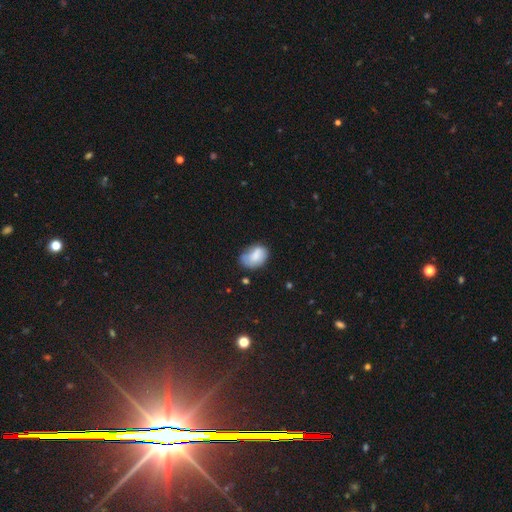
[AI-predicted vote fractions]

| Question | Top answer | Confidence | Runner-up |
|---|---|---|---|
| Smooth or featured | smooth | 75% | featured or disk (17%) |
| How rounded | in between | 80% | round (19%) |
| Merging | none | 48% | minor disturbance (33%) |